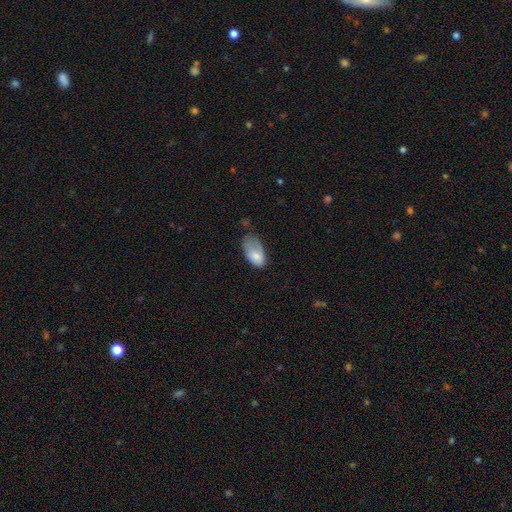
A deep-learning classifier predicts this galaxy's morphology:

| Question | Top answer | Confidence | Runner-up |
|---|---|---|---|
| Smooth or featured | smooth | 78% | featured or disk (15%) |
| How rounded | in between | 94% | round (4%) |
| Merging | minor disturbance | 43% | major disturbance (29%) |